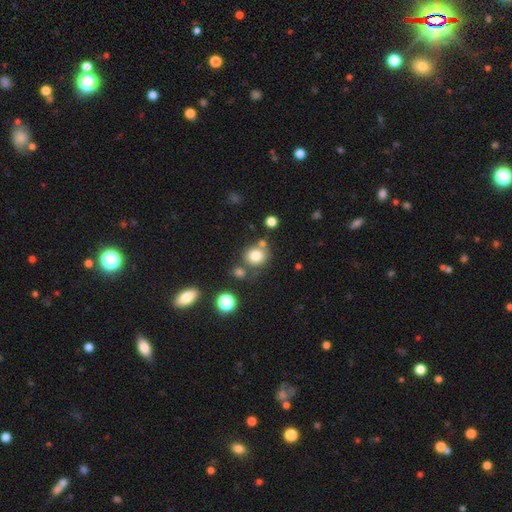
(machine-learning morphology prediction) Smooth or featured?
  - smooth: 78% *
  - star or artifact: 13%
  - featured or disk: 9%
How rounded?
  - round: 82% *
  - in between: 17%
  - cigar-shaped: 1%
Merging?
  - none: 64% *
  - merger: 19%
  - minor disturbance: 12%
  - major disturbance: 5%